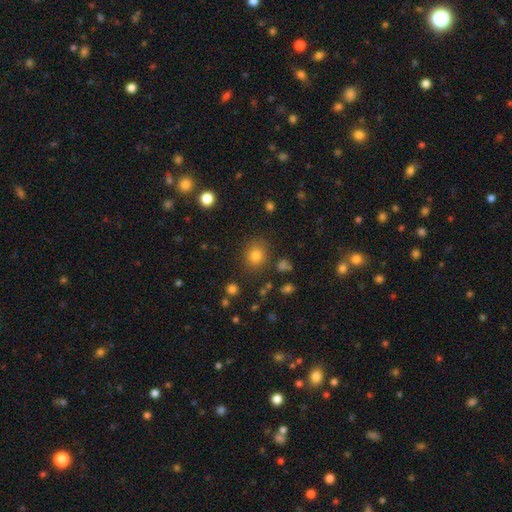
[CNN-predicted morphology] smooth_or_featured: smooth (p=0.80) [alt: star or artifact p=0.13]
how_rounded: round (p=0.75) [alt: in between p=0.24]
merging: none (p=0.82) [alt: minor disturbance p=0.10]